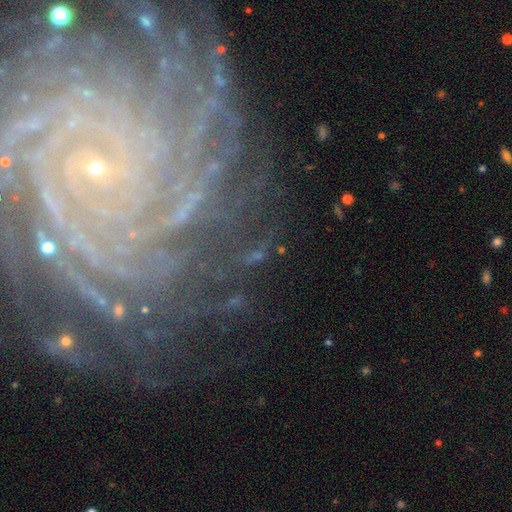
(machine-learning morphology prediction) This appears to be a featured or disk galaxy (75%) with no bar (55%), more than 4 (33%) tight (82%) spiral arms (96%) and a small central bulge (82%). Merging: none (77%).